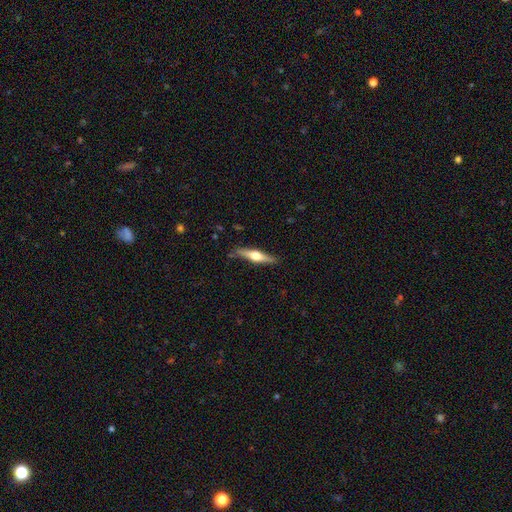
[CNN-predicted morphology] Smooth or featured? featured or disk (65%)
Edge-on disk? yes (97%)
Edge-on bulge? rounded (94%)
Merging? none (87%)